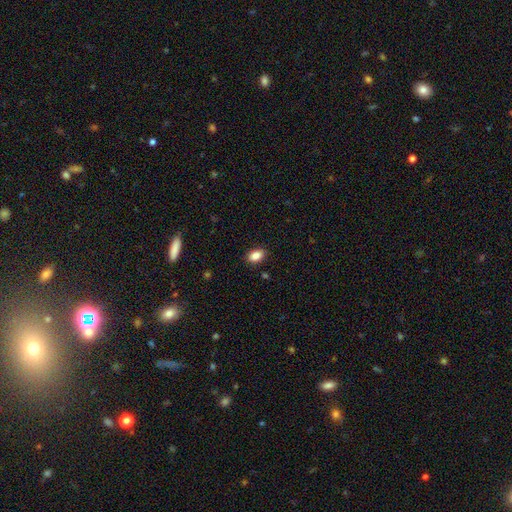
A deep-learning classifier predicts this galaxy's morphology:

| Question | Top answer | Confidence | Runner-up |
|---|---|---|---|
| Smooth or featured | smooth | 87% | star or artifact (9%) |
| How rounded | in between | 88% | round (11%) |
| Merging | none | 88% | minor disturbance (9%) |